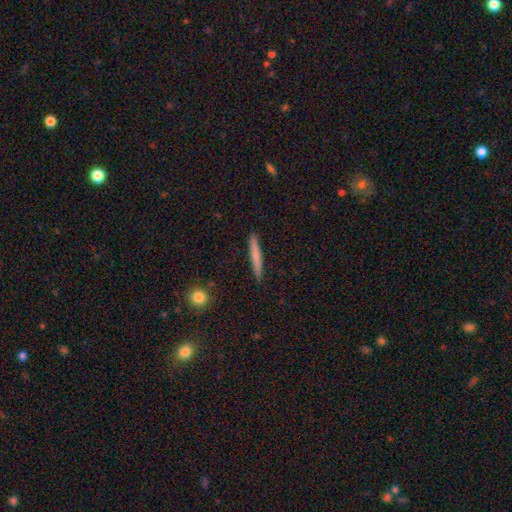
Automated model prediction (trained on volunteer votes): Q: Smooth or featured?
A: smooth (68%); runner-up: featured or disk (26%)
Q: How rounded?
A: cigar-shaped (95%); runner-up: in between (3%)
Q: Merging?
A: none (91%); runner-up: minor disturbance (6%)